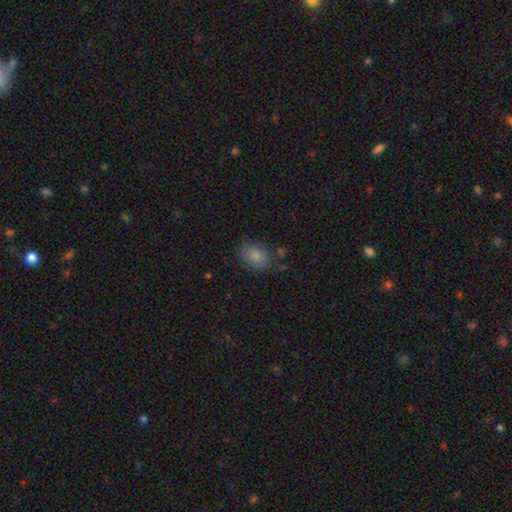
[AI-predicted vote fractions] This is clearly a smooth galaxy (83%). How rounded: likely in between (77%). Merging: likely none (69%).